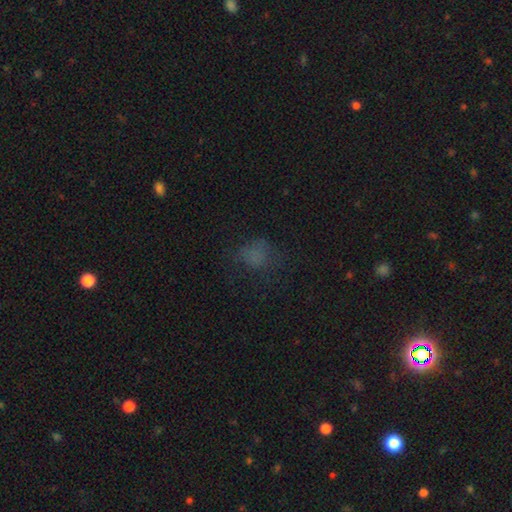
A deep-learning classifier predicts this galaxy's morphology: A smooth galaxy with no disk features (62%) that is round (56%).

Vote fractions:
- Smooth or featured? smooth: 62% / star or artifact: 24% / featured or disk: 14%
- How rounded? round: 56% / in between: 42% / cigar-shaped: 2%
- Merging? none: 58% / minor disturbance: 22% / major disturbance: 18% / merger: 2%